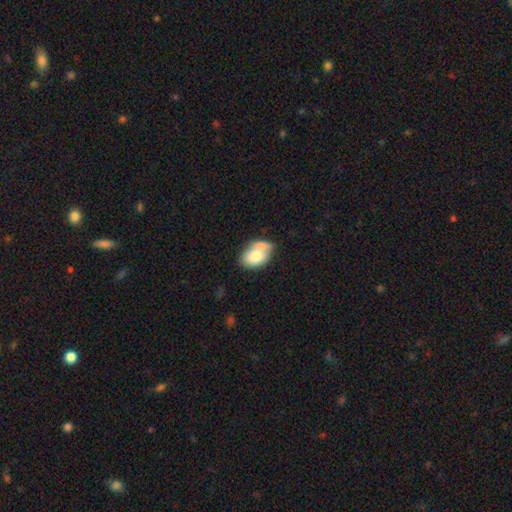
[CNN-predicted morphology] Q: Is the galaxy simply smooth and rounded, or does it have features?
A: smooth — 71%.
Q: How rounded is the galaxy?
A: in between — 82%.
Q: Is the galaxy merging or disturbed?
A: merger — 39%.